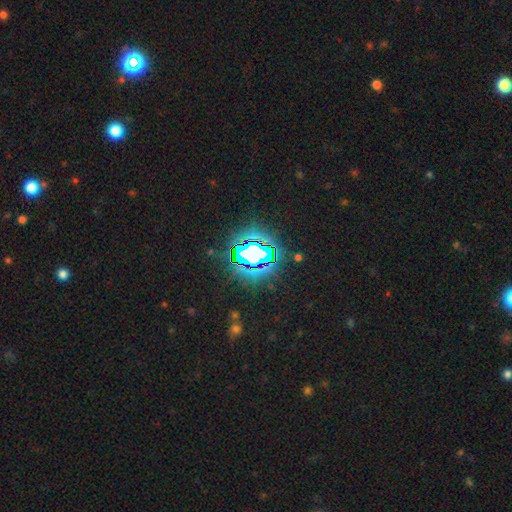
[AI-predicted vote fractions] This is likely a star or artifact rather than a galaxy (74%).